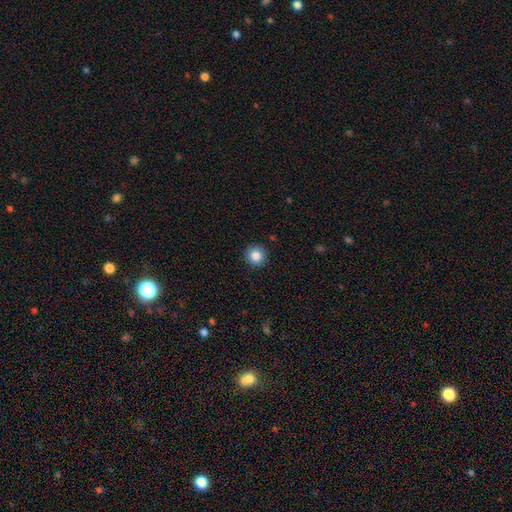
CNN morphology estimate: Smooth or featured? Predicted: smooth (p=0.85). How rounded? Predicted: round (p=0.95). Merging? Predicted: none (p=0.91).